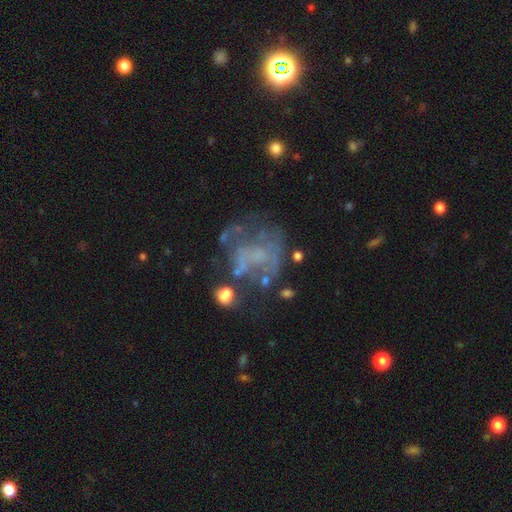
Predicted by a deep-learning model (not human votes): A featured or disk galaxy (62%) with no bar (81%), no spiral arms (64%) and no central bulge (67%). Merging: none (44%).